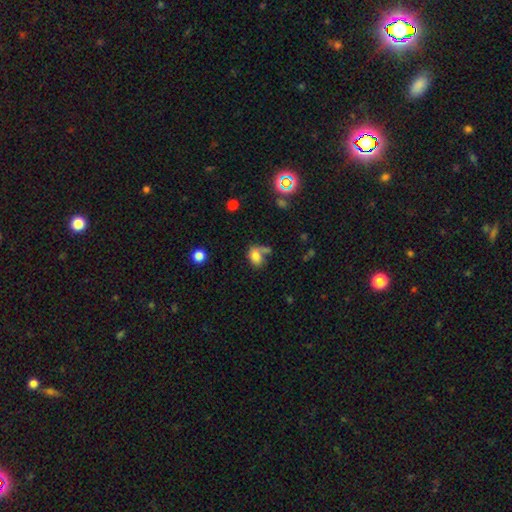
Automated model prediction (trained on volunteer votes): This appears to be a smooth galaxy with no disk features (73%) that is in between round and cigar-shaped (76%). Merging: none (41%).